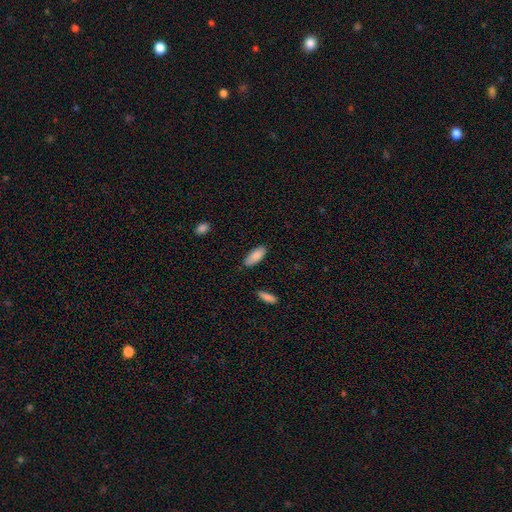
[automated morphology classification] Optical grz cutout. It shows a smooth galaxy with no disk features (85%) that is in between round and cigar-shaped (81%). Merging: none (83%).